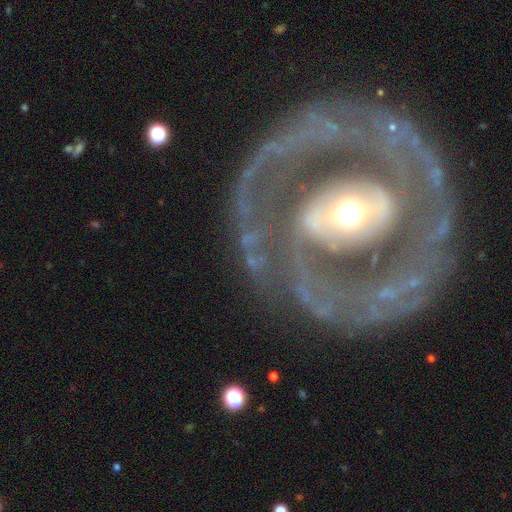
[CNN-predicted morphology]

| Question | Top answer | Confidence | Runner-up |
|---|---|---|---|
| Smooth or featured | featured or disk | 84% | smooth (11%) |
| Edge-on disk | no | 96% | yes (4%) |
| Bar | no | 44% | weak (28%) |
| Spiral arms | yes | 72% | no (28%) |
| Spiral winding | tight | 48% | medium (36%) |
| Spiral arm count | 2 | 65% | can't tell (16%) |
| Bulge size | moderate | 63% | small (18%) |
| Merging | none | 73% | minor disturbance (13%) |